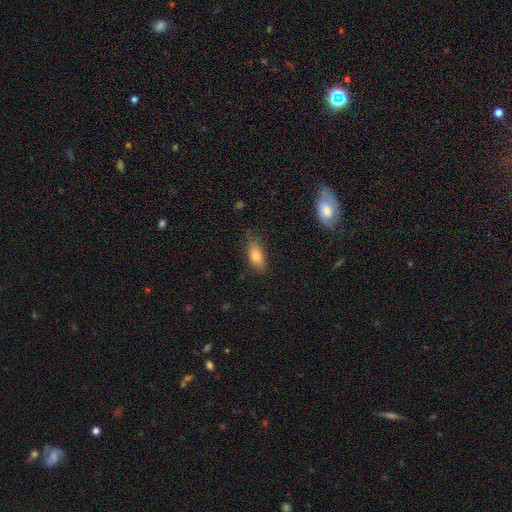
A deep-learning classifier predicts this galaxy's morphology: Smooth or featured?
  - smooth: 78% *
  - featured or disk: 14%
  - star or artifact: 8%
How rounded?
  - in between: 80% *
  - cigar-shaped: 16%
  - round: 4%
Merging?
  - none: 73% *
  - minor disturbance: 21%
  - major disturbance: 4%
  - merger: 2%